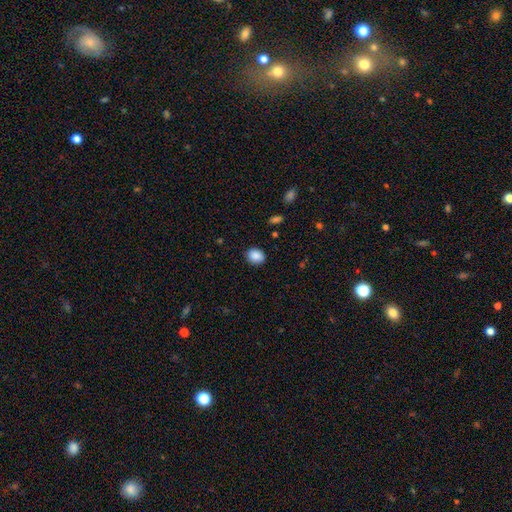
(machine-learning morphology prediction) Smooth or featured?
  - smooth: 88% *
  - star or artifact: 8%
  - featured or disk: 4%
How rounded?
  - round: 58% *
  - in between: 41%
  - cigar-shaped: 1%
Merging?
  - none: 88% *
  - minor disturbance: 8%
  - major disturbance: 2%
  - merger: 1%